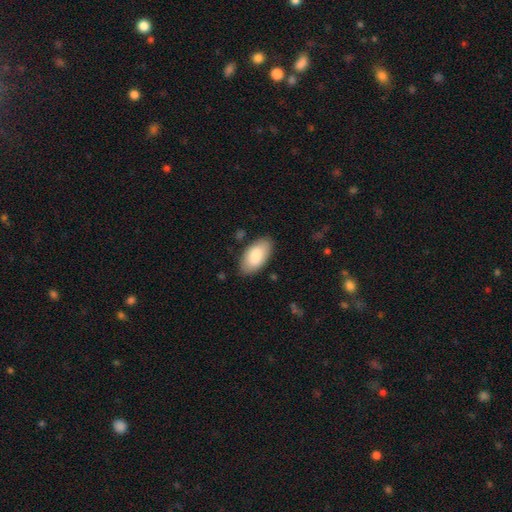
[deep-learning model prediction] smooth_or_featured: smooth (p=0.85) [alt: featured or disk p=0.10]
how_rounded: in between (p=0.95) [alt: cigar-shaped p=0.02]
merging: none (p=0.84) [alt: minor disturbance p=0.12]